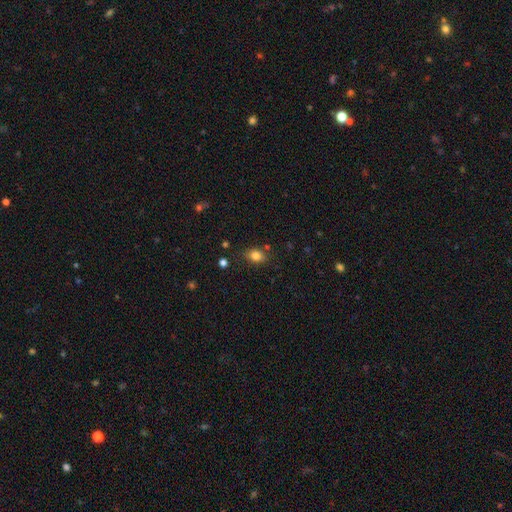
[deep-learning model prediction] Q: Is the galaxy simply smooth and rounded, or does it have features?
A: smooth — 82%.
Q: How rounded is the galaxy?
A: in between — 69%.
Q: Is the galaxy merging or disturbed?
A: none — 76%.